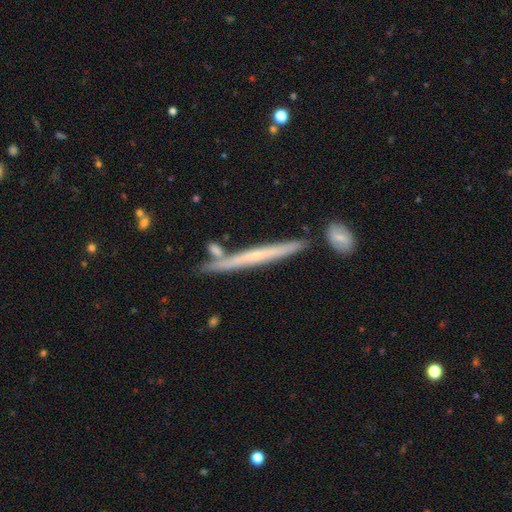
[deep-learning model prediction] smooth-or-featured: featured or disk: 63% | smooth: 30% | star or artifact: 7%
  disk-edge-on: yes: 95% | no: 5%
    edge-on-bulge: none: 71% | rounded: 24% | boxy: 5%
  merging: none: 79% | minor disturbance: 12% | merger: 6% | major disturbance: 2%